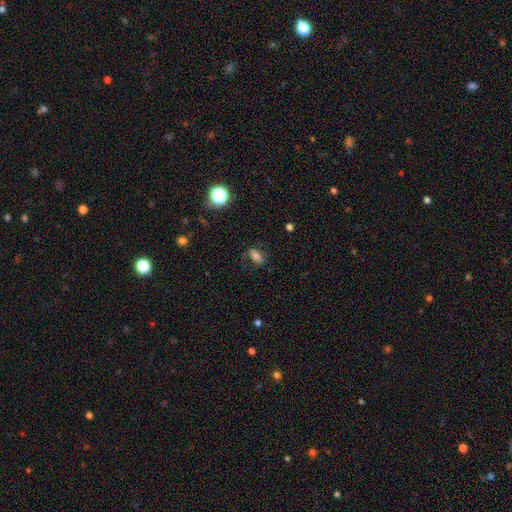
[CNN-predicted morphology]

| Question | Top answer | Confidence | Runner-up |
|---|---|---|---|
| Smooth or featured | smooth | 59% | featured or disk (26%) |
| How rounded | in between | 84% | round (11%) |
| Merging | none | 68% | minor disturbance (20%) |